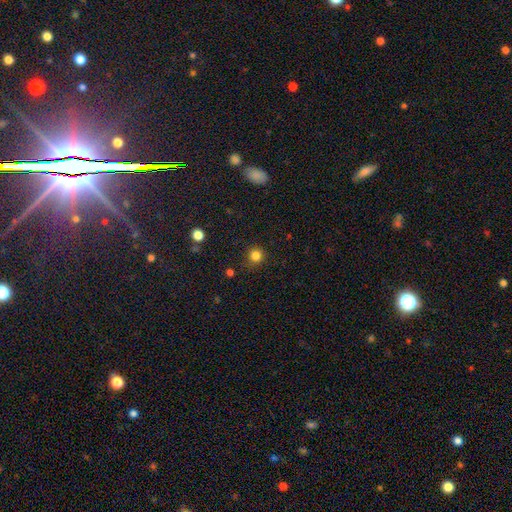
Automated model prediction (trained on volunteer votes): Overall: smooth (82%). How rounded: round (93%). Merging: none (86%).